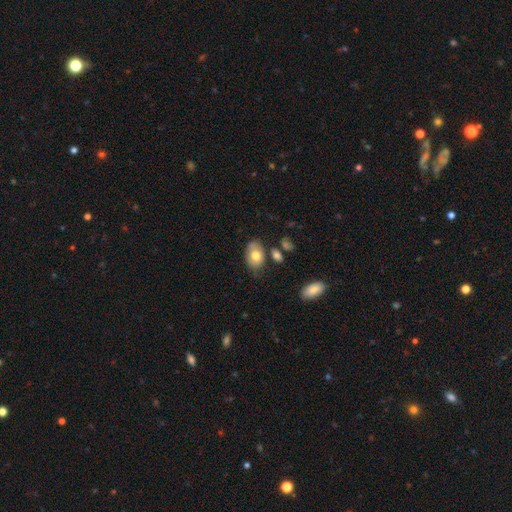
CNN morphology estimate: type=smooth (75%); roundness=in between (88%); merging=none (67%).